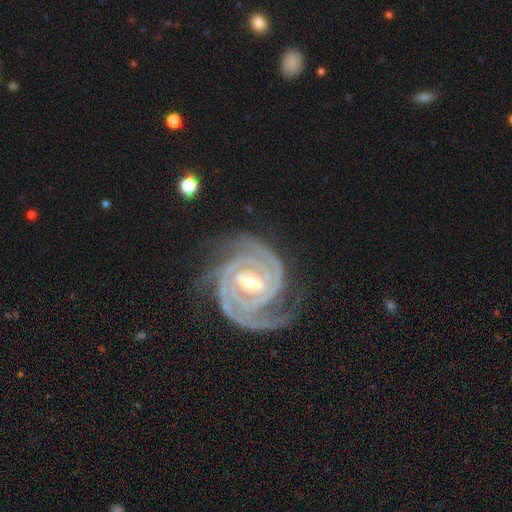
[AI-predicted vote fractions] Smooth or featured: featured or disk — 93% (star or artifact — 4%)
Edge-on disk: no — 97% (yes — 3%)
Bar: strong — 47% (weak — 40%)
Spiral arms: yes — 99% (no — 1%)
Spiral winding: tight — 78% (medium — 20%)
Spiral arm count: 2 — 50% (3 — 25%)
Bulge size: moderate — 54% (small — 43%)
Merging: none — 74% (minor disturbance — 17%)